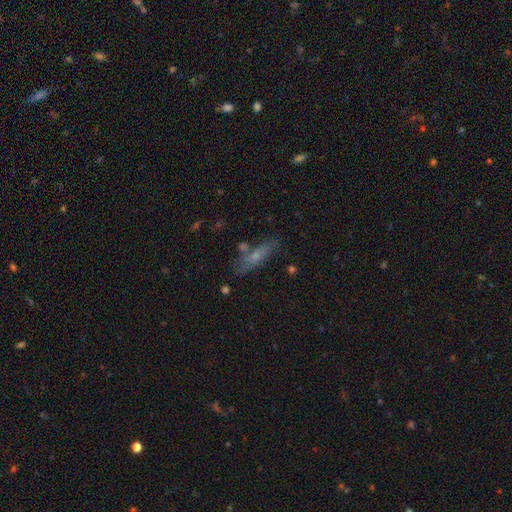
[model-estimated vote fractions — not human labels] Smooth or featured? smooth (55%)
How rounded? cigar-shaped (67%)
Merging? none (70%)